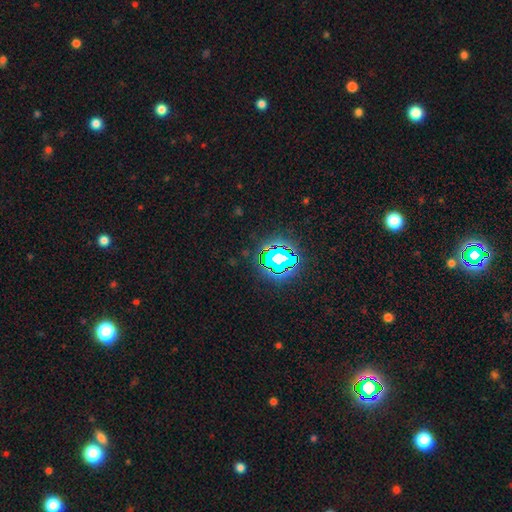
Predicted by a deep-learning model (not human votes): smooth-or-featured: star or artifact: 80% | smooth: 13% | featured or disk: 7%